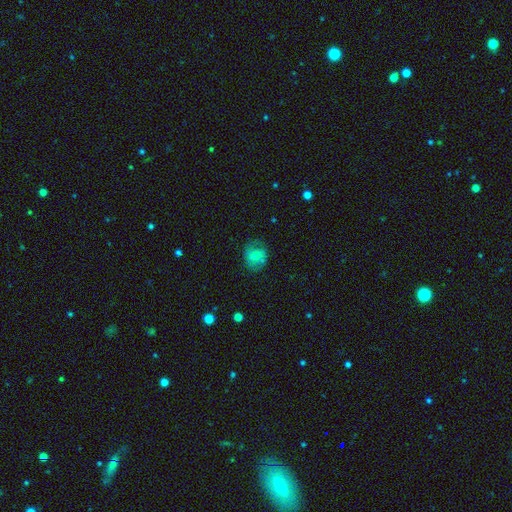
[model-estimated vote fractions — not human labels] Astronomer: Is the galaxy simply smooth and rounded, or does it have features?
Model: smooth — 58% (runner-up: featured or disk, 33%).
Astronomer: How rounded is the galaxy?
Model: round — 58% (runner-up: in between, 40%).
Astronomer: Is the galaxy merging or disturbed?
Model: none — 69%.